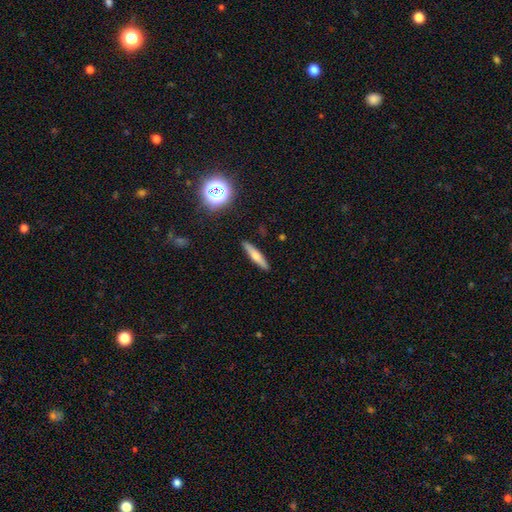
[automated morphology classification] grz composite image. It shows a smooth galaxy with no disk features (56%) that is cigar-shaped (87%). Merging: none (90%).